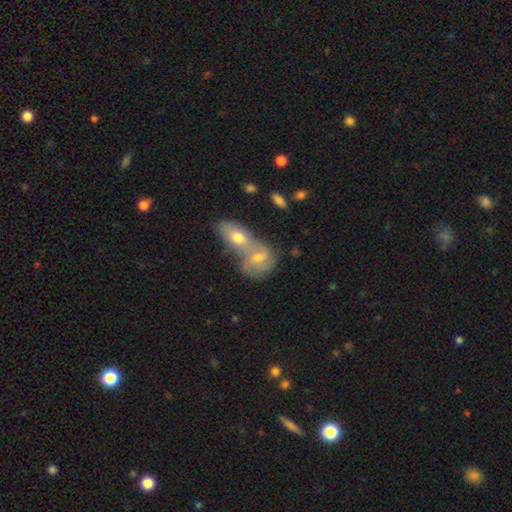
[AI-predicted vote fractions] Overall: featured or disk (51%; smooth 37%). Edge-on disk: no (89%). Merging: merger (63%; none 26%).